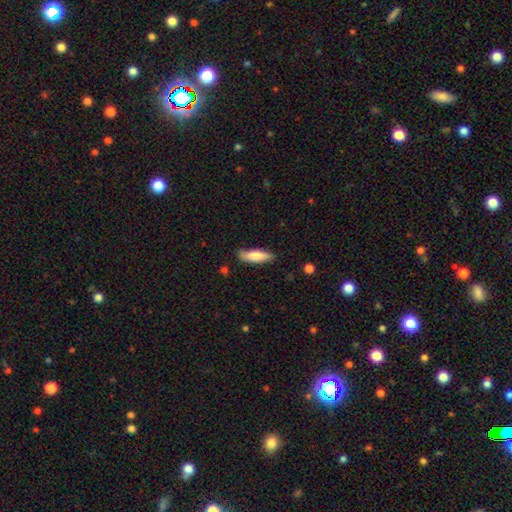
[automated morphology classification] A smooth galaxy with no disk features (80%) that is cigar-shaped (57%). Merging: none (83%).